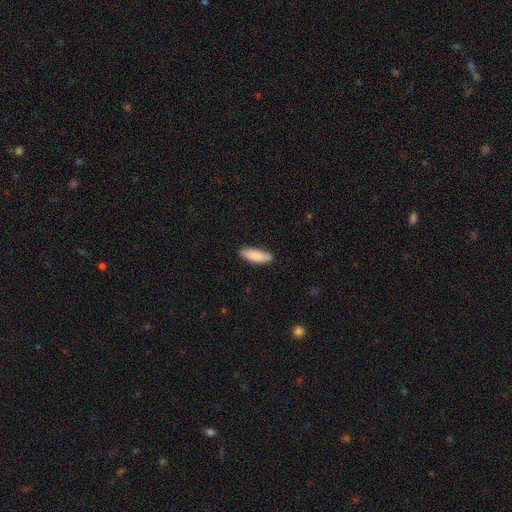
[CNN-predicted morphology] Smooth or featured? Predicted: smooth (p=0.87). How rounded? Predicted: in between (p=0.49, tied with cigar-shaped). Merging? Predicted: none (p=0.84).